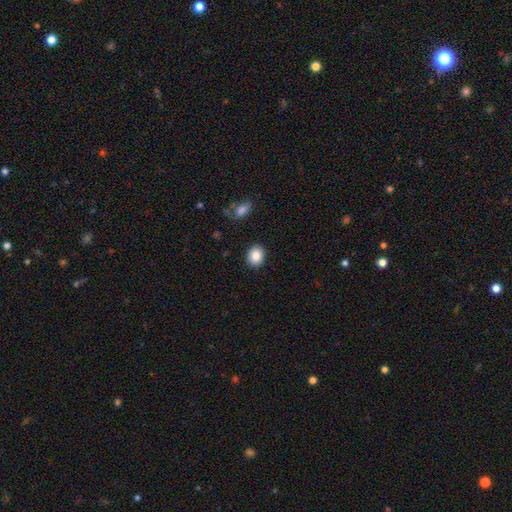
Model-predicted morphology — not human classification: smooth 86%, star or artifact 8%, featured or disk 6%. Down the decision tree: how rounded — round (55%); merging — none (90%).